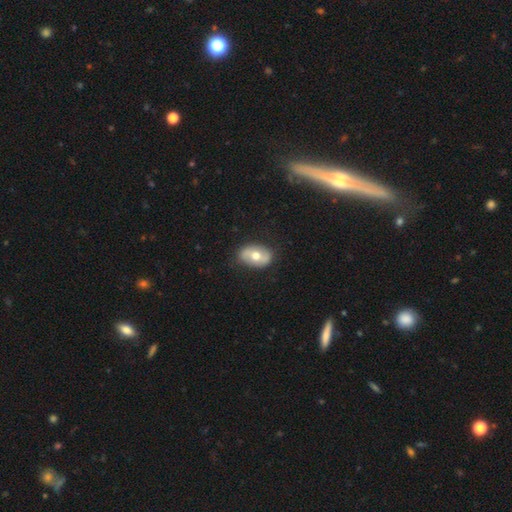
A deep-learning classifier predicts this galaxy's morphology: Q: Smooth or featured?
A: smooth (52%); runner-up: featured or disk (42%)
Q: How rounded?
A: in between (85%); runner-up: round (13%)
Q: Merging?
A: none (82%); runner-up: minor disturbance (13%)